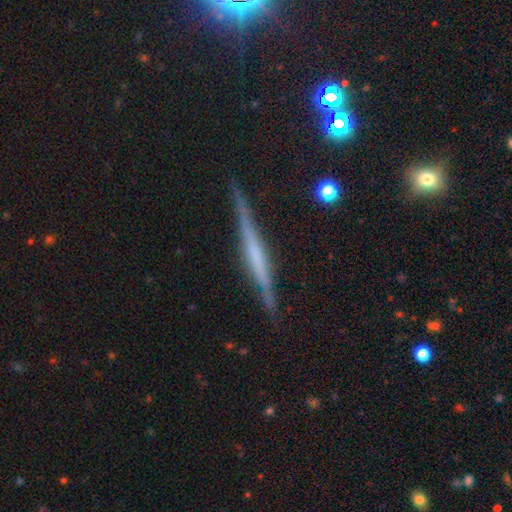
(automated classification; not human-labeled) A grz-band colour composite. It shows a featured or disk galaxy (70%) viewed edge-on (97%) with no central bulge (58%). Merging: none (86%).